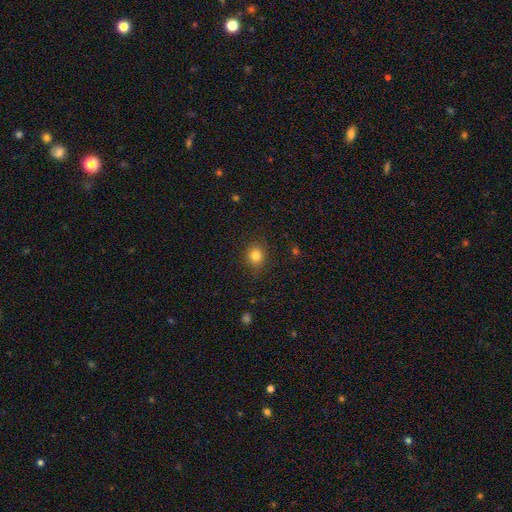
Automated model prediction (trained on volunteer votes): Smooth or featured: smooth — 83% (star or artifact — 11%)
How rounded: round — 77% (in between — 23%)
Merging: none — 87% (minor disturbance — 9%)